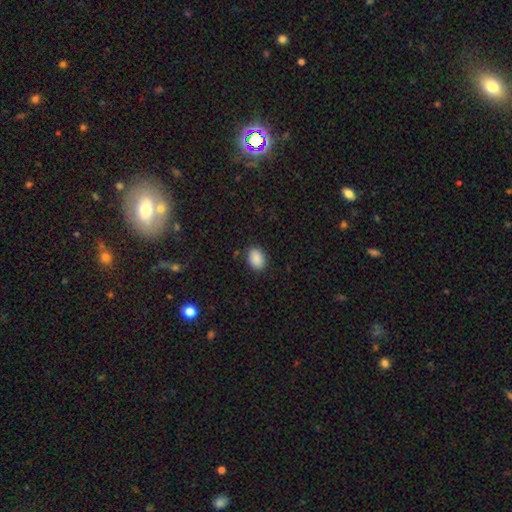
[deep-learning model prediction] A smooth galaxy with no disk features (89%) that is in between round and cigar-shaped (77%). Merging: none (87%).